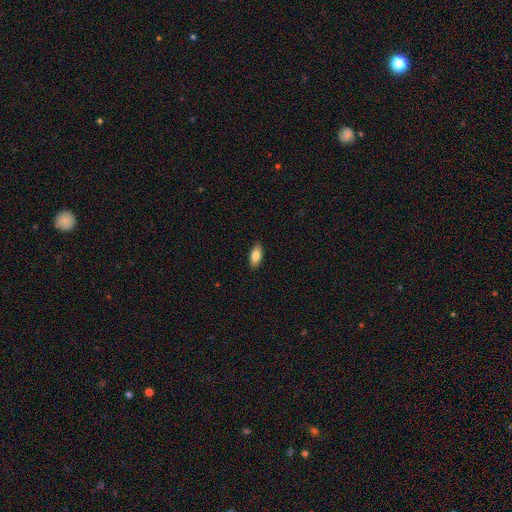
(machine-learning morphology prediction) Q: Smooth or featured?
A: smooth (82%); runner-up: featured or disk (12%)
Q: How rounded?
A: in between (87%); runner-up: cigar-shaped (10%)
Q: Merging?
A: none (89%); runner-up: minor disturbance (9%)